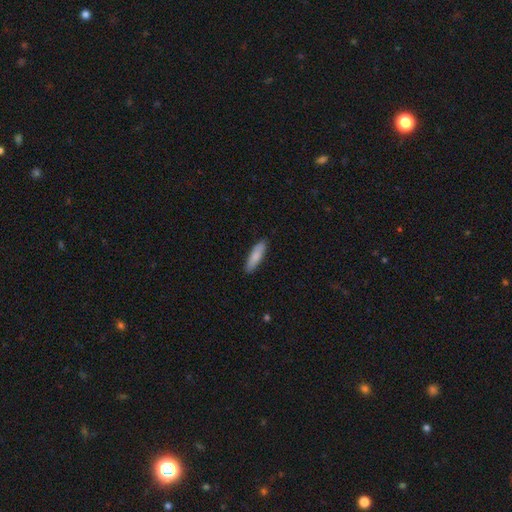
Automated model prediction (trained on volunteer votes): Smooth or featured: smooth — 84% (featured or disk — 11%)
How rounded: cigar-shaped — 66% (in between — 32%)
Merging: none — 89% (minor disturbance — 8%)